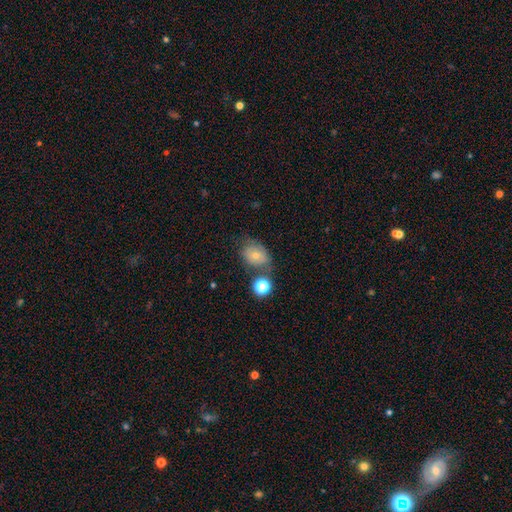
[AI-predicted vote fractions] Morphology: type=smooth (64%); roundness=in between (60%); merging=none (52%).